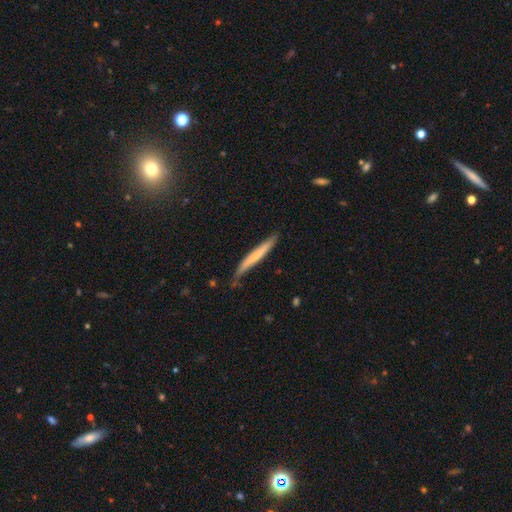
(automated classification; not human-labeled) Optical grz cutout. It shows a smooth galaxy with no disk features (57%) that is cigar-shaped (96%). Merging: none (63%).